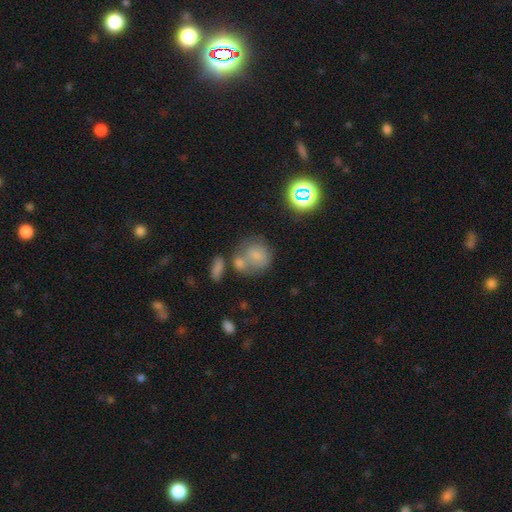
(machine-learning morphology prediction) Smooth or featured? smooth (69%)
How rounded? round (75%)
Merging? none (39%)